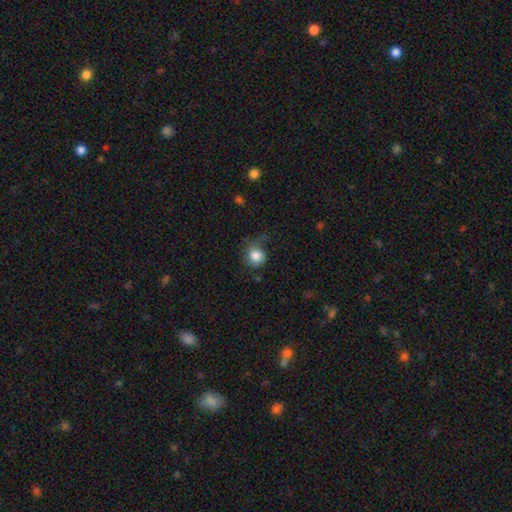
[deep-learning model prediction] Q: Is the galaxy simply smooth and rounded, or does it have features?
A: smooth — 83%.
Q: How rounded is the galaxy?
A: round — 81%.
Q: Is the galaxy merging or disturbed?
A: none — 48%.